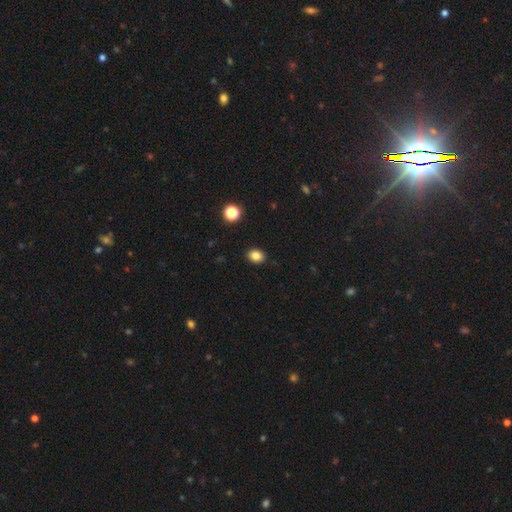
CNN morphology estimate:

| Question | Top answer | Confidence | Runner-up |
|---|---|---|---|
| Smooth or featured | smooth | 85% | star or artifact (11%) |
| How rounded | in between | 62% | round (38%) |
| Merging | none | 89% | minor disturbance (8%) |